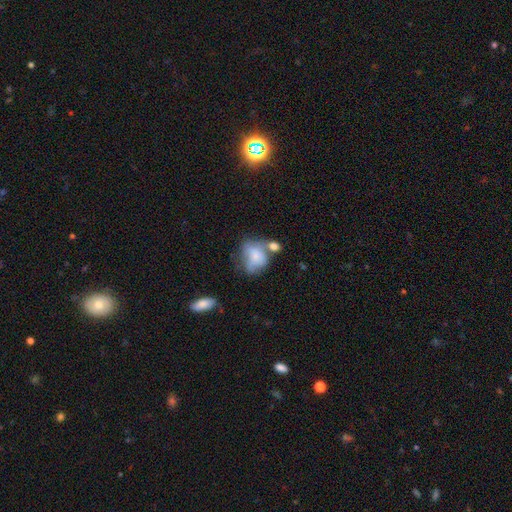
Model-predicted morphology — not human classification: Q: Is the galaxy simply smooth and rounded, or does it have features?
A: smooth — 65%.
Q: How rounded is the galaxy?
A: in between — 57%.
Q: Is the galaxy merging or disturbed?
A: merger — 32%.